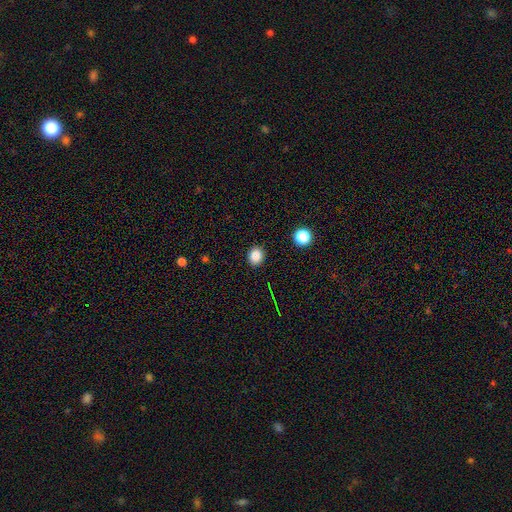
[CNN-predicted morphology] The model was most divided on "how rounded": round: 70%, in between: 29%, cigar-shaped: 1%. More confident: merging — none (89%); smooth or featured — smooth (84%).